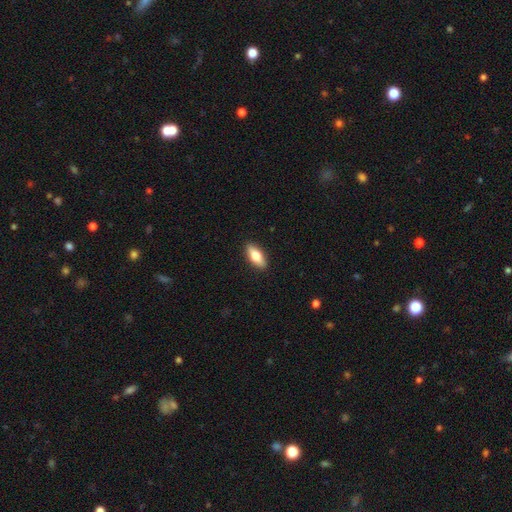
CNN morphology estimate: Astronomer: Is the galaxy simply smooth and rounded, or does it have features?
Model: smooth — 71%.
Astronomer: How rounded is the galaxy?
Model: in between — 76%.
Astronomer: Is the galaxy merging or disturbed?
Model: none — 90%.